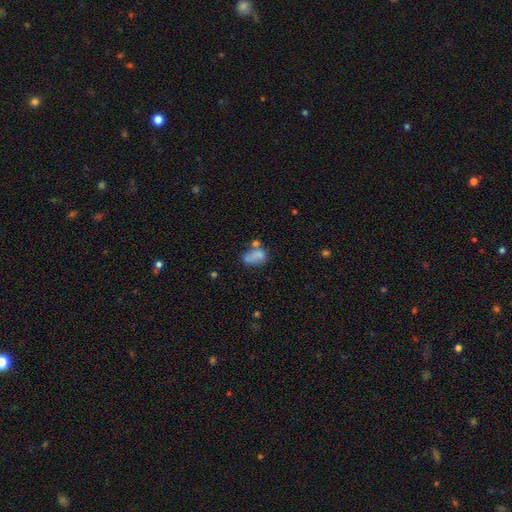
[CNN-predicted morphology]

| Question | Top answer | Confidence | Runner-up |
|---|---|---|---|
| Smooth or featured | smooth | 68% | featured or disk (20%) |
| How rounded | in between | 79% | round (18%) |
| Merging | merger | 35% | none (28%) |